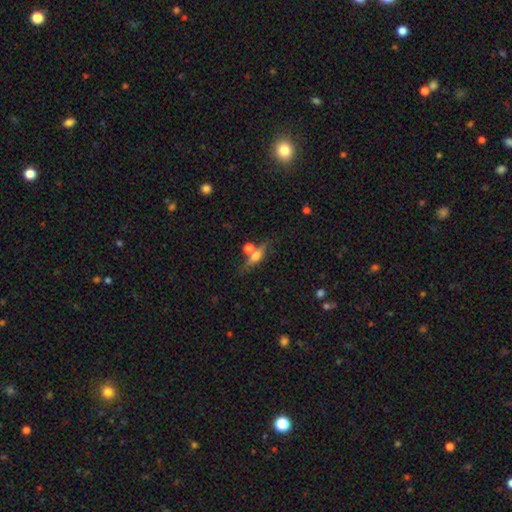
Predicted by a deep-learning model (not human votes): Smooth or featured?
  - smooth: 47% *
  - featured or disk: 43%
  - star or artifact: 10%
Merging?
  - none: 62% *
  - merger: 21%
  - minor disturbance: 12%
  - major disturbance: 5%